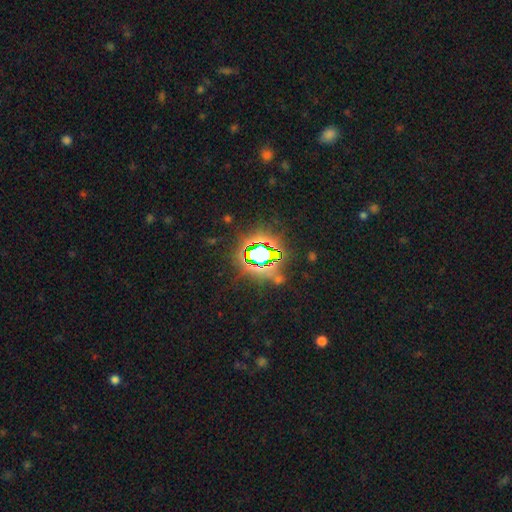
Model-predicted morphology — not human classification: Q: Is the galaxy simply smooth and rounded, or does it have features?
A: star or artifact — 76%.